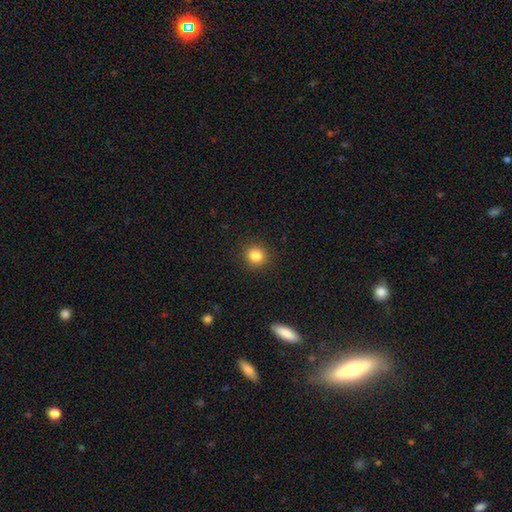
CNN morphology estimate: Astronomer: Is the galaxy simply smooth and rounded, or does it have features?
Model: smooth — 84%.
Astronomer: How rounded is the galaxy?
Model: round — 91%.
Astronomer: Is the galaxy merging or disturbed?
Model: none — 91%.